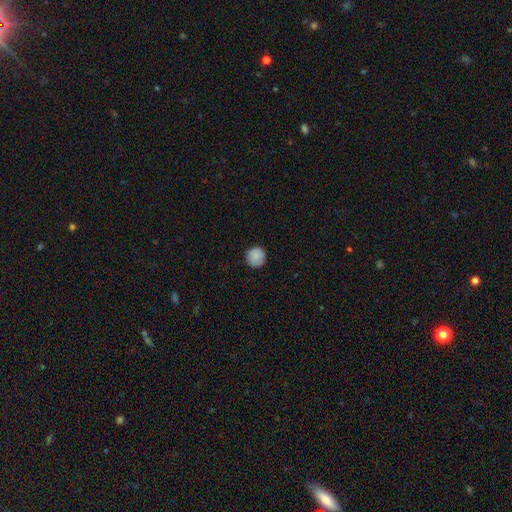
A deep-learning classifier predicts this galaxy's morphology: Smooth or featured? Predicted: smooth (p=0.87). How rounded? Predicted: round (p=0.94). Merging? Predicted: none (p=0.88).